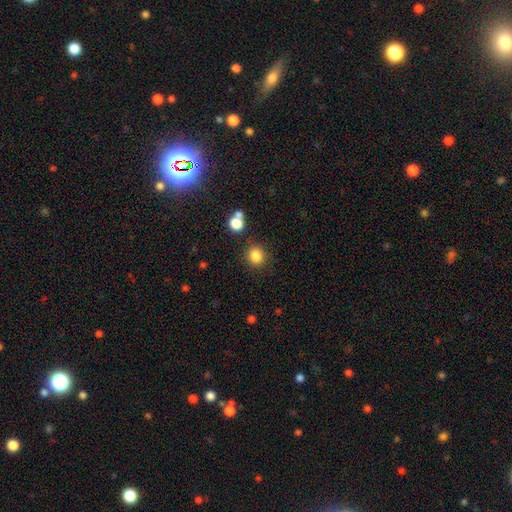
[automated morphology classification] A smooth galaxy with no disk features (85%) that is round (87%). Merging: none (84%).